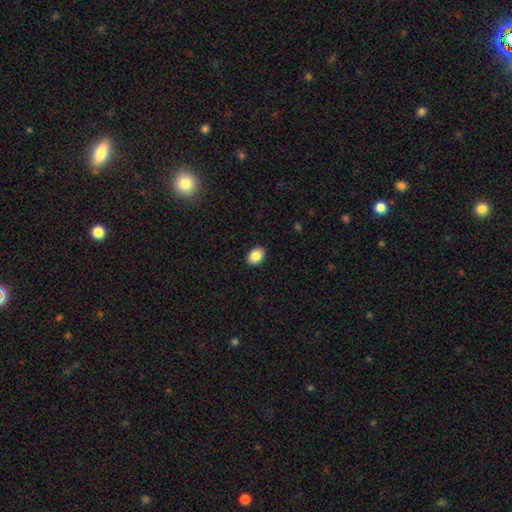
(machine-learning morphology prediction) smooth-or-featured: smooth: 87% | star or artifact: 8% | featured or disk: 5%
  how-rounded: in between: 75% | round: 24% | cigar-shaped: 1%
  merging: none: 90% | minor disturbance: 7% | major disturbance: 2% | merger: 1%